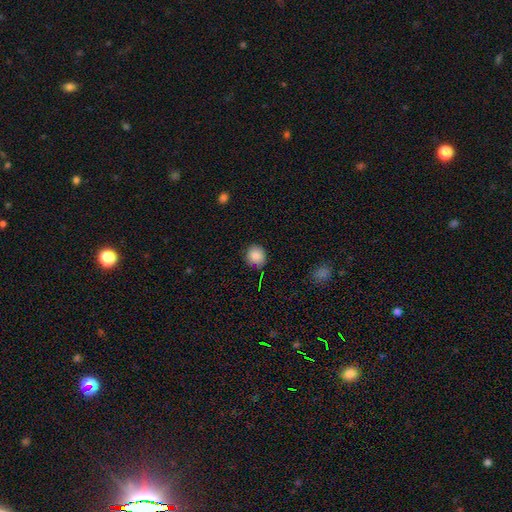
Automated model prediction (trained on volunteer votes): smooth-or-featured: smooth: 86% | star or artifact: 9% | featured or disk: 5%
  how-rounded: round: 85% | in between: 14% | cigar-shaped: 1%
  merging: none: 81% | minor disturbance: 15% | major disturbance: 3% | merger: 2%